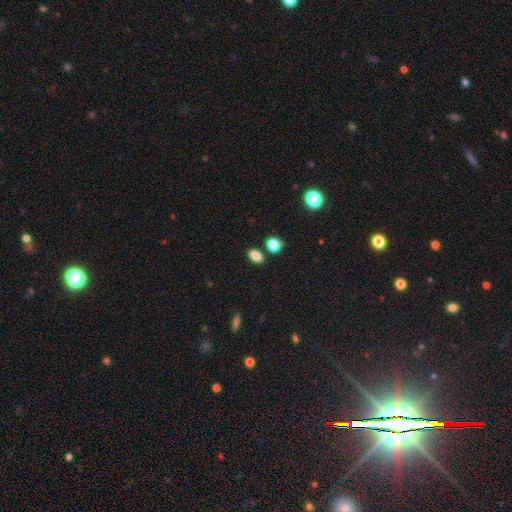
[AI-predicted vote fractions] Smooth or featured? smooth (84%)
How rounded? in between (80%)
Merging? none (81%)